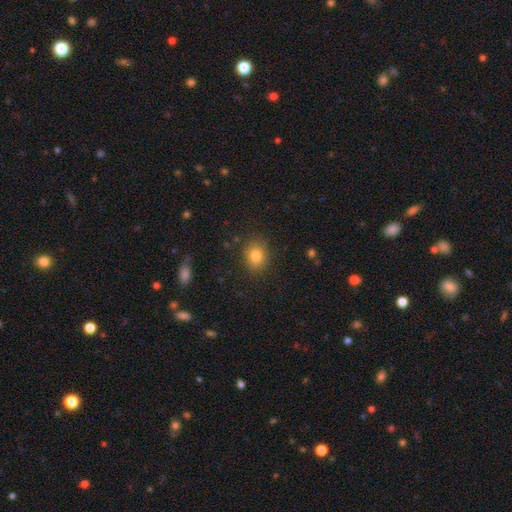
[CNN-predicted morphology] A smooth galaxy with no disk features (82%) that is round (56%).

Vote fractions:
- Smooth or featured? smooth: 82% / star or artifact: 11% / featured or disk: 8%
- How rounded? round: 56% / in between: 43% / cigar-shaped: 1%
- Merging? none: 84% / minor disturbance: 11% / major disturbance: 3% / merger: 1%